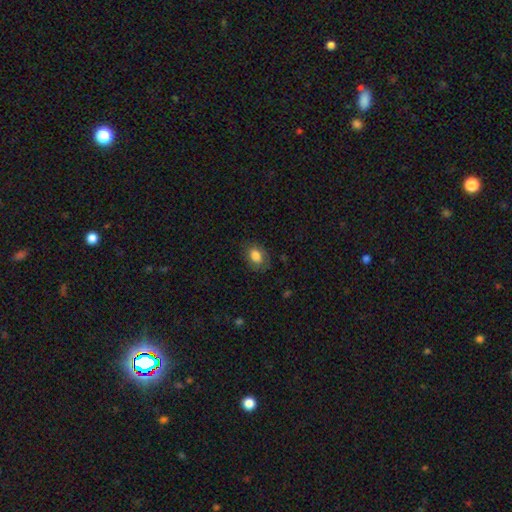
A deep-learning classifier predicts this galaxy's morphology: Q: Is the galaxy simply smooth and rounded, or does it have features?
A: smooth — 80%.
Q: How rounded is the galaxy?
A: in between — 76%.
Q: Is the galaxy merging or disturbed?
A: none — 76%.